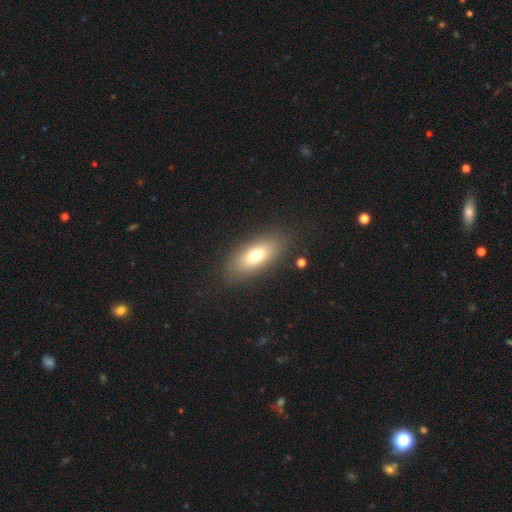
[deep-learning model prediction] Morphology: type=smooth (71%); roundness=in between (83%); merging=none (86%).